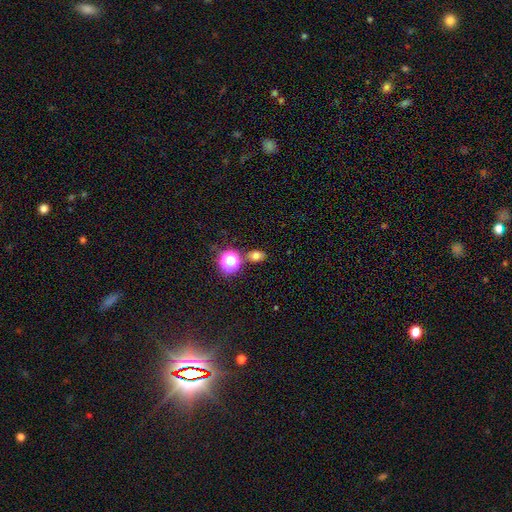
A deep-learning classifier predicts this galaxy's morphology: A smooth galaxy with no disk features (69%) that is in between round and cigar-shaped (58%).

Vote fractions:
- Smooth or featured? smooth: 69% / star or artifact: 23% / featured or disk: 8%
- How rounded? in between: 58% / round: 41% / cigar-shaped: 2%
- Merging? none: 76% / minor disturbance: 11% / merger: 10% / major disturbance: 3%